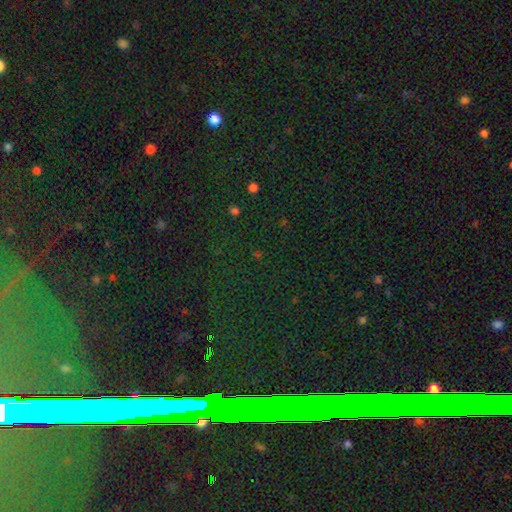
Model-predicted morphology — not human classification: Smooth or featured? star or artifact (84%)